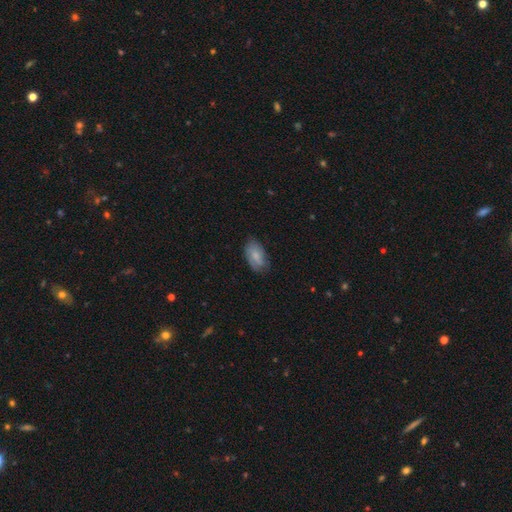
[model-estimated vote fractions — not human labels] smooth 72%, featured or disk 22%, star or artifact 6%. Down the decision tree: how rounded — in between (93%); merging — none (71%).